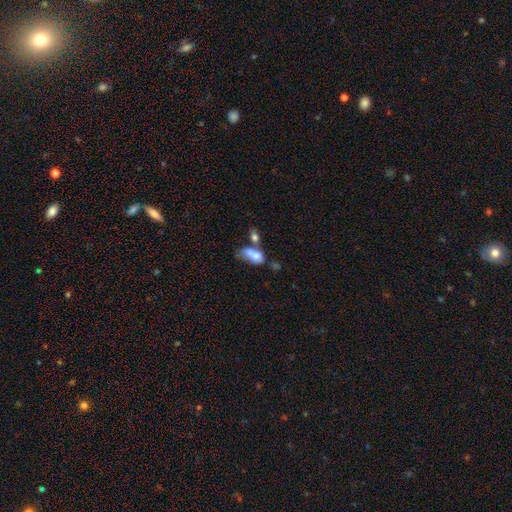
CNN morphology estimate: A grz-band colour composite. It shows a smooth galaxy with no disk features (67%) that is in between round and cigar-shaped (81%). Merging: merger (51%).